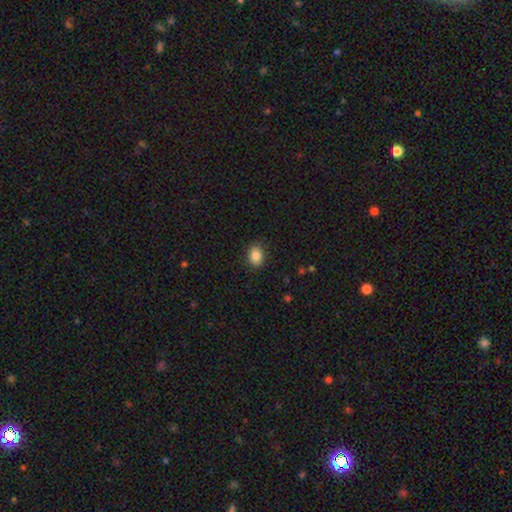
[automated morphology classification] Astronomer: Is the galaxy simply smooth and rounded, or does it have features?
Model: smooth — 86%.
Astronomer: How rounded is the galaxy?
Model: in between — 71%.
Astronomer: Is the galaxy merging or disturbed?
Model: none — 88%.